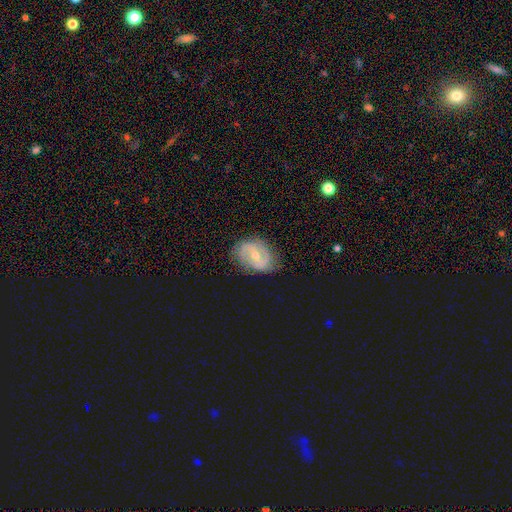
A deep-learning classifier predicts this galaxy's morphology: This is likely a featured or disk galaxy (77%). It is clearly not viewed edge-on (97%). Bar: possibly weak (51%). Spiral arm pattern: clearly yes (87%). Spiral arm count: clearly 2 (81%). Spiral winding: marginally medium (44%). Central bulge: possibly moderate (54%). Merging: likely none (76%).